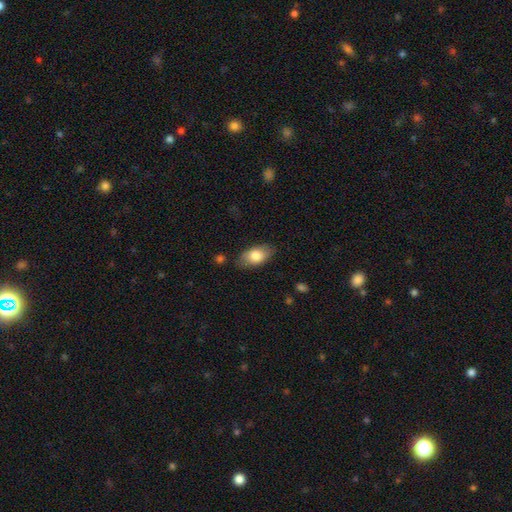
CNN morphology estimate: Smooth or featured? Predicted: smooth (p=0.79). How rounded? Predicted: in between (p=0.92). Merging? Predicted: none (p=0.81).